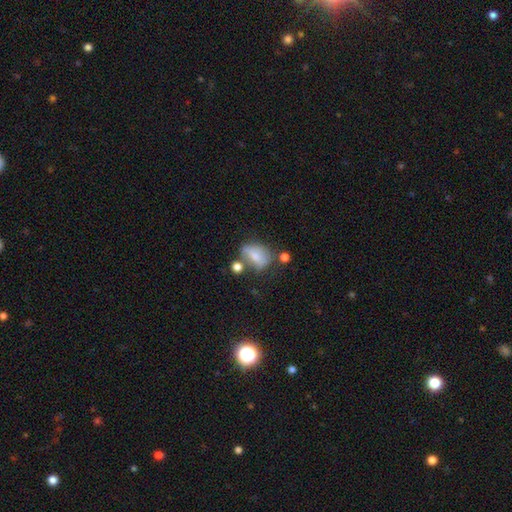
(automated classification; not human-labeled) Smooth or featured? smooth (63%)
How rounded? in between (70%)
Merging? none (41%)